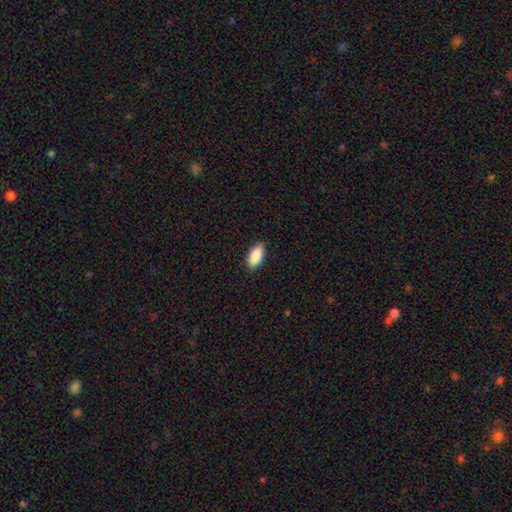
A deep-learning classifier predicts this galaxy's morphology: smooth 89%, star or artifact 6%, featured or disk 5%. Down the decision tree: how rounded — in between (93%); merging — none (88%).